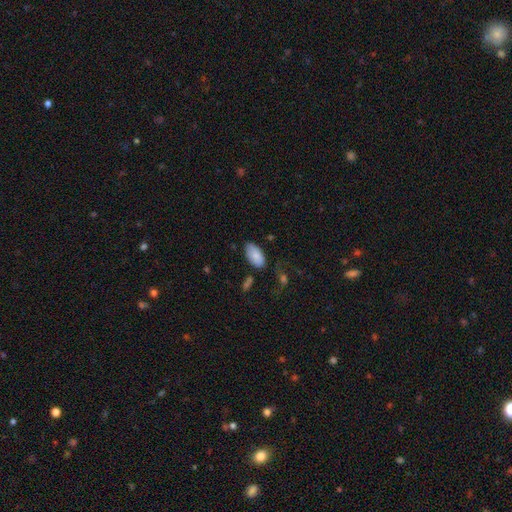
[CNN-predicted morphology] Smooth or featured?
  - smooth: 85% *
  - featured or disk: 8%
  - star or artifact: 7%
How rounded?
  - in between: 95% *
  - cigar-shaped: 2%
  - round: 2%
Merging?
  - none: 72% *
  - minor disturbance: 19%
  - major disturbance: 5%
  - merger: 4%